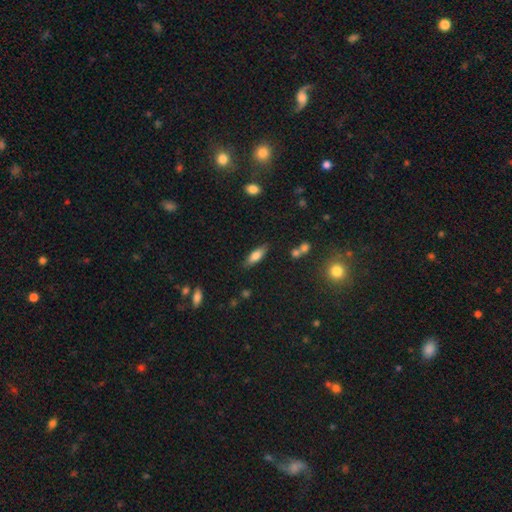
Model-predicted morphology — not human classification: smooth_or_featured: smooth (p=0.72) [alt: featured or disk p=0.20]
how_rounded: in between (p=0.64) [alt: cigar-shaped p=0.34]
merging: none (p=0.81) [alt: minor disturbance p=0.13]